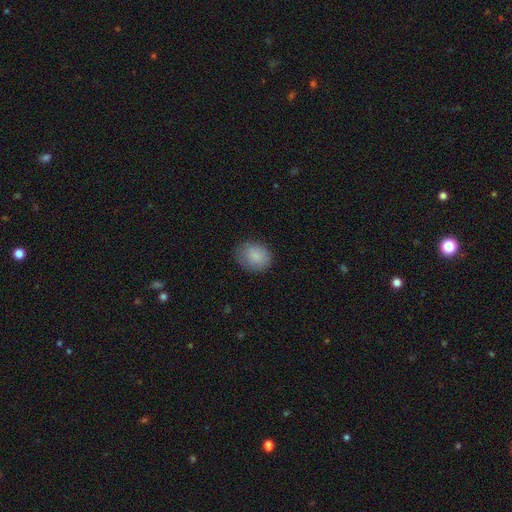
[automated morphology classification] A smooth galaxy with no disk features (87%) that is in between round and cigar-shaped (50%).

Vote fractions:
- Smooth or featured? smooth: 87% / star or artifact: 8% / featured or disk: 5%
- How rounded? in between: 50% / round: 49% / cigar-shaped: 1%
- Merging? none: 76% / minor disturbance: 18% / major disturbance: 5% / merger: 1%